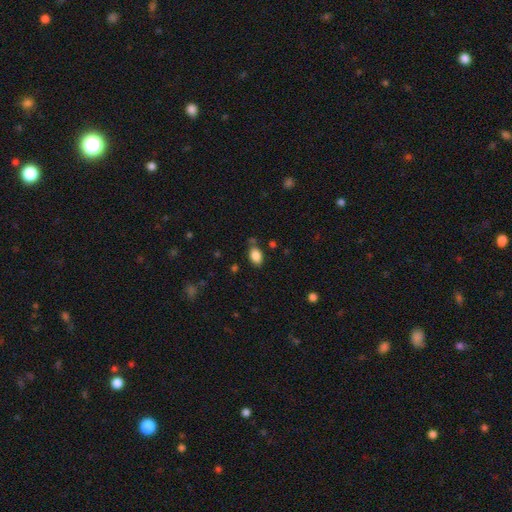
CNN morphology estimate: Smooth or featured?
  - smooth: 86% *
  - star or artifact: 9%
  - featured or disk: 5%
How rounded?
  - in between: 85% *
  - round: 14%
  - cigar-shaped: 1%
Merging?
  - none: 77% *
  - minor disturbance: 14%
  - merger: 5%
  - major disturbance: 4%